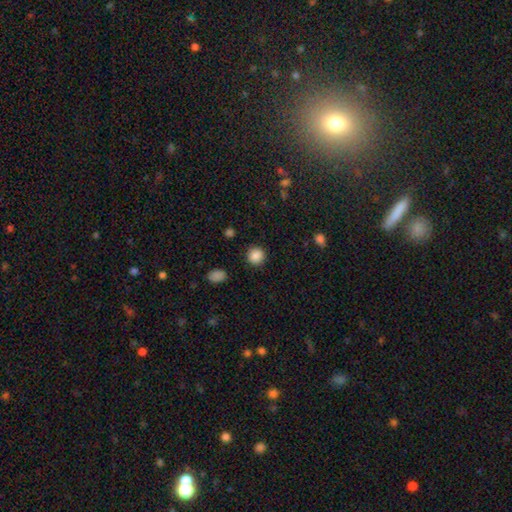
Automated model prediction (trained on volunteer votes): This is clearly a smooth galaxy (87%). How rounded: clearly round (92%). Merging: clearly none (90%).